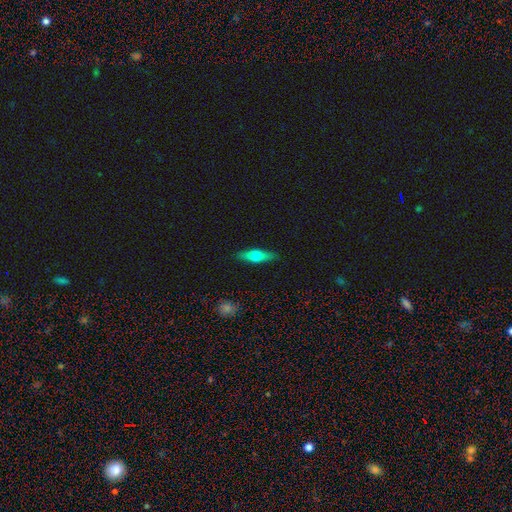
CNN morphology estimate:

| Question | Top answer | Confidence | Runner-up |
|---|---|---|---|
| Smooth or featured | smooth | 48% | featured or disk (46%) |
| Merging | none | 89% | minor disturbance (8%) |